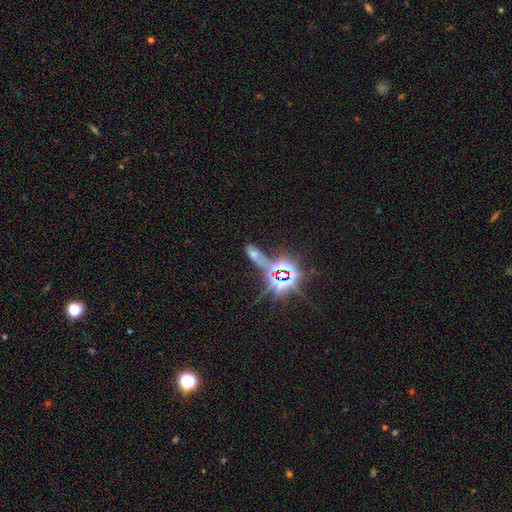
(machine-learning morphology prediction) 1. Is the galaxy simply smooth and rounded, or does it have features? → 51% star or artifact, 30% smooth, 19% featured or disk.